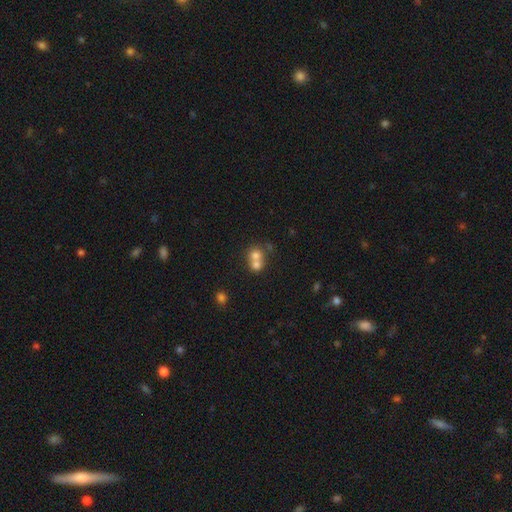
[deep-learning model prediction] smooth 70%, featured or disk 18%, star or artifact 12%. Down the decision tree: how rounded — round (80%); merging — merger (63%).